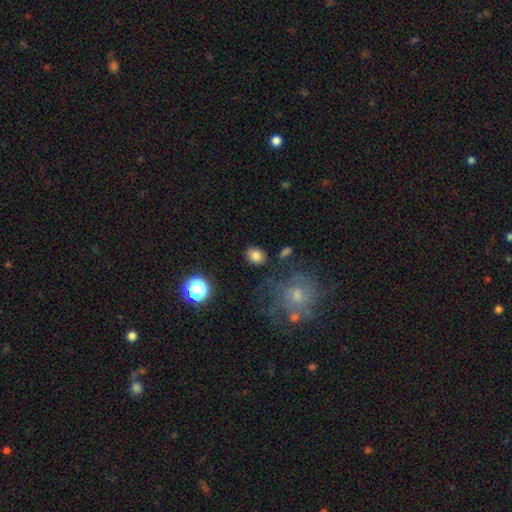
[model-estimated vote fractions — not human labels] Smooth or featured? smooth (81%)
How rounded? round (54%)
Merging? none (83%)